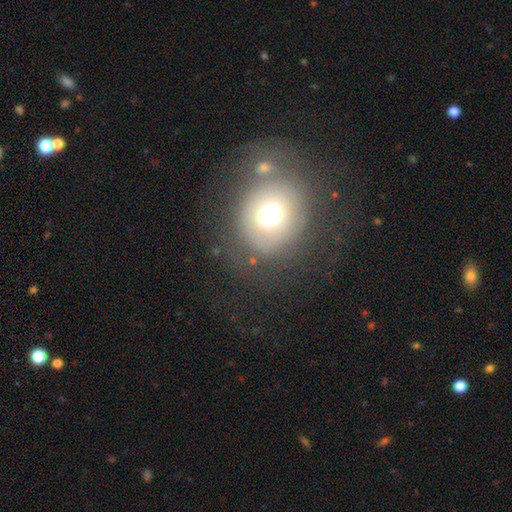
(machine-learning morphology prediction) Smooth or featured? Predicted: smooth (p=0.52). How rounded? Predicted: round (p=0.79). Merging? Predicted: none (p=0.65).